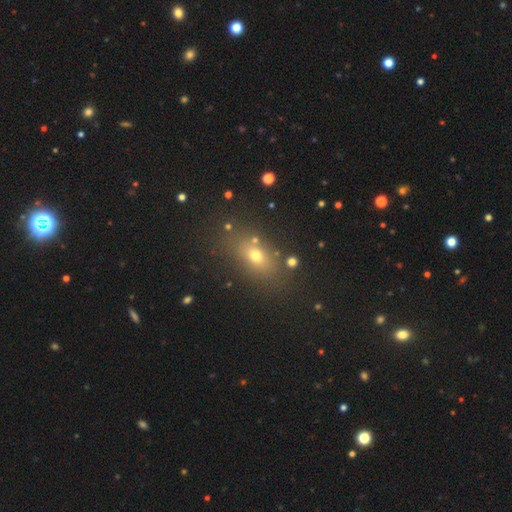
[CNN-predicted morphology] This is likely a smooth galaxy (66%). How rounded: likely in between (70%). Merging: likely none (78%).